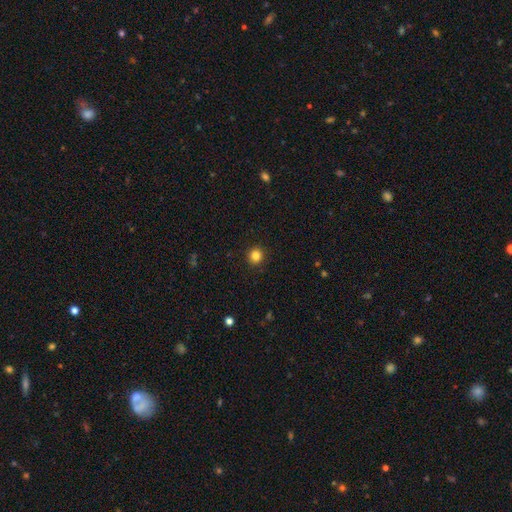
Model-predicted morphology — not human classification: smooth-or-featured: smooth: 84% | star or artifact: 12% | featured or disk: 5%
  how-rounded: round: 92% | in between: 7% | cigar-shaped: 1%
  merging: none: 93% | minor disturbance: 5% | major disturbance: 2% | merger: 1%